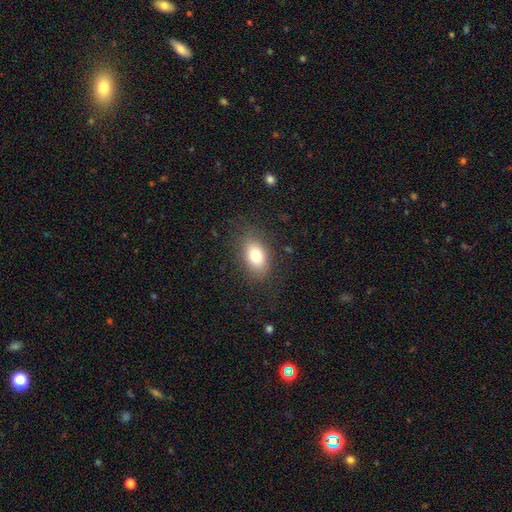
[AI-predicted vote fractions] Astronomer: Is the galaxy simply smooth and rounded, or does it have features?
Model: smooth — 78%.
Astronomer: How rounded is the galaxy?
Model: in between — 85%.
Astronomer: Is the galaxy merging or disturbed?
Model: none — 81%.